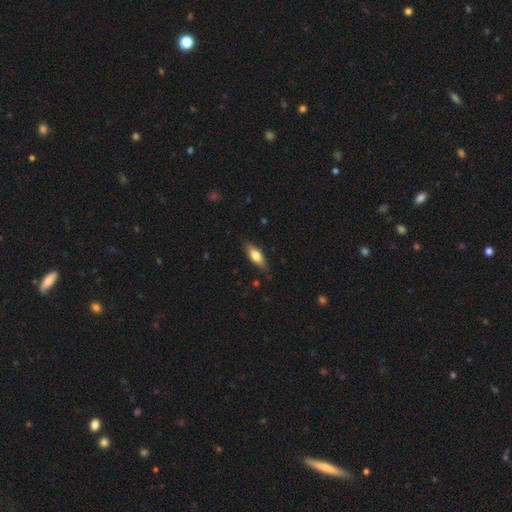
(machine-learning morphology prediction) smooth-or-featured: smooth: 71% | featured or disk: 23% | star or artifact: 6%
  how-rounded: in between: 65% | cigar-shaped: 32% | round: 2%
  merging: none: 82% | minor disturbance: 14% | major disturbance: 3% | merger: 1%